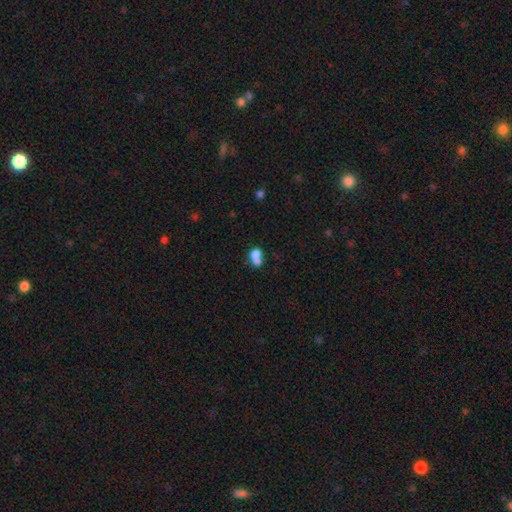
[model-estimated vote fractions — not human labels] A smooth galaxy with no disk features (71%) that is in between round and cigar-shaped (56%). Merging: merger (63%).